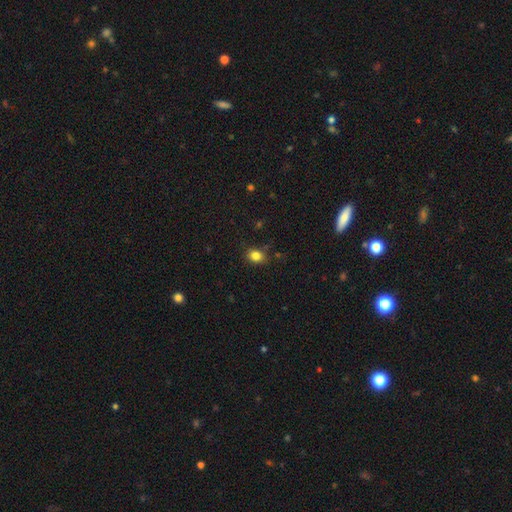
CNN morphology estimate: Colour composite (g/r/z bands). It shows a smooth galaxy with no disk features (83%) that is in between round and cigar-shaped (55%). Merging: none (81%).